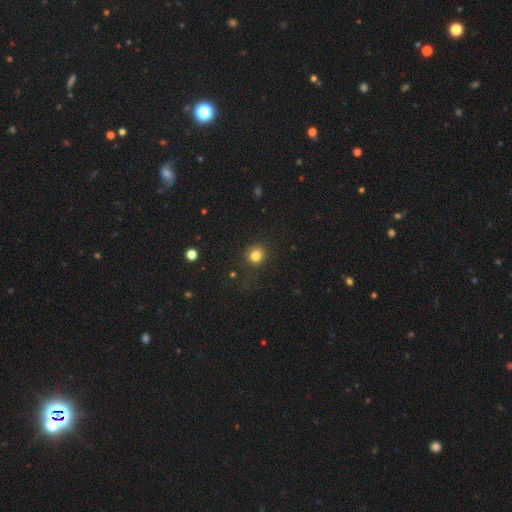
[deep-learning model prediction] This appears to be a smooth galaxy with no disk features (82%) that is round (89%). Merging: none (86%).